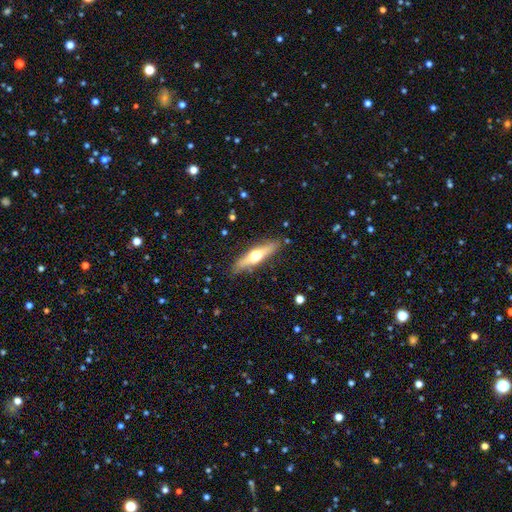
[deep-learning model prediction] A featured or disk galaxy (57%) viewed edge-on (91%) with a rounded central bulge (94%). Merging: none (86%).